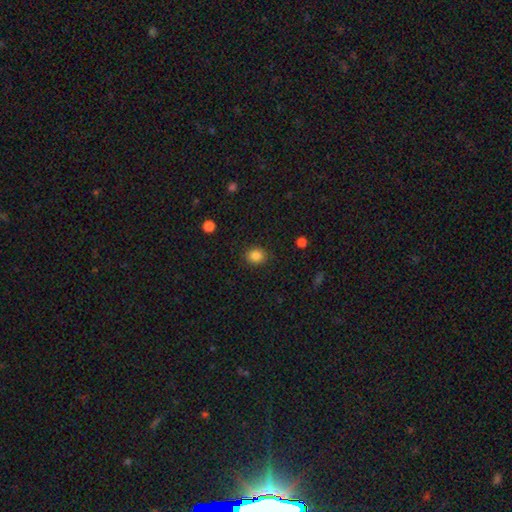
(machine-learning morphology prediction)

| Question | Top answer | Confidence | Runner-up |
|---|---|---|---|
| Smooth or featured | smooth | 85% | star or artifact (10%) |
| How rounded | round | 66% | in between (33%) |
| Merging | none | 88% | minor disturbance (8%) |